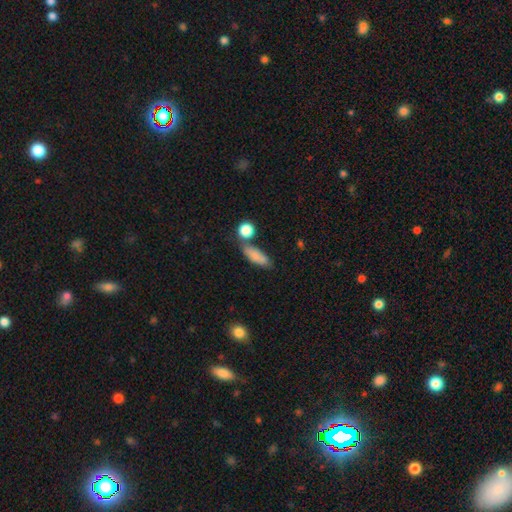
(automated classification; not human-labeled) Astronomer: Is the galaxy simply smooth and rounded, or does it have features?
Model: smooth — 81%.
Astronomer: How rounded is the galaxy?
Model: in between — 61%.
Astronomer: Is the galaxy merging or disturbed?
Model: none — 61%.